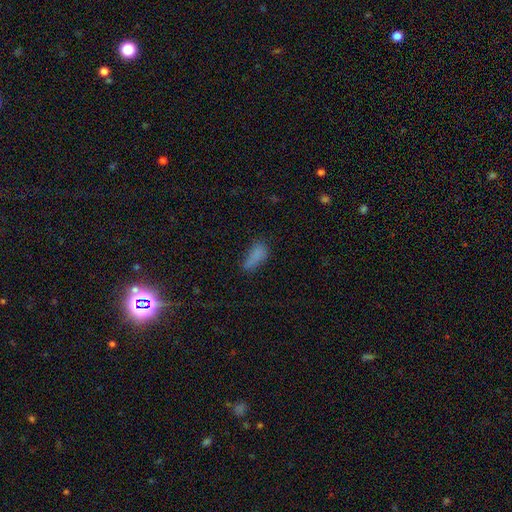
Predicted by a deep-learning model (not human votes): Smooth or featured: smooth — 78% (star or artifact — 13%)
How rounded: in between — 71% (cigar-shaped — 26%)
Merging: none — 53% (minor disturbance — 29%)